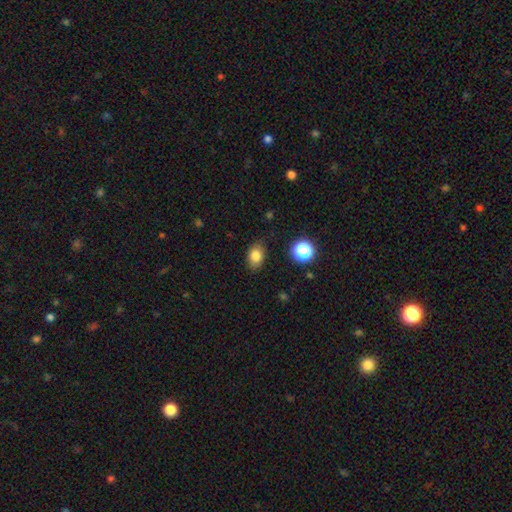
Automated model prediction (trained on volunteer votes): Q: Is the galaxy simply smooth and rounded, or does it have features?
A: smooth — 81%.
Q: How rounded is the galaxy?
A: in between — 70%.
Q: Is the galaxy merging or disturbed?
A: none — 80%.